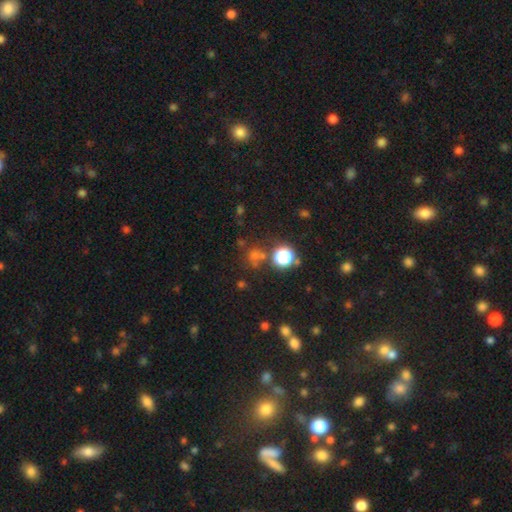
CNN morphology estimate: Smooth or featured: smooth — 48% (star or artifact — 44%)
Merging: none — 72% (merger — 14%)